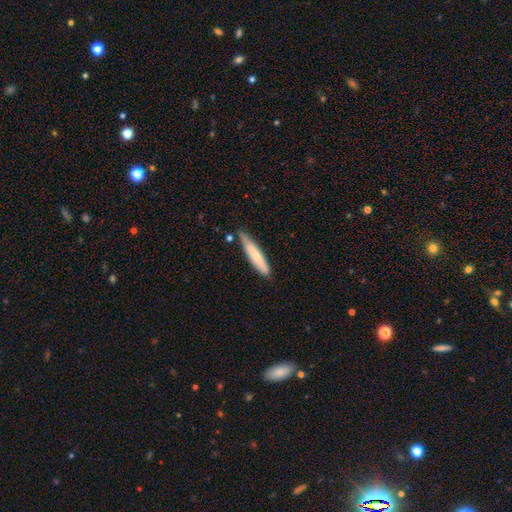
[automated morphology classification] Smooth or featured: smooth — 73% (featured or disk — 21%)
How rounded: cigar-shaped — 91% (in between — 8%)
Merging: none — 75% (minor disturbance — 20%)